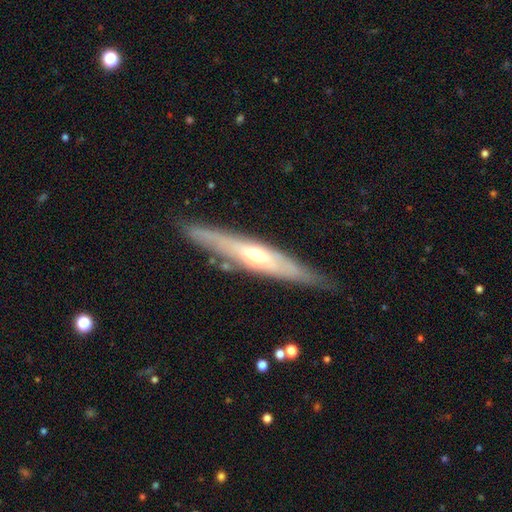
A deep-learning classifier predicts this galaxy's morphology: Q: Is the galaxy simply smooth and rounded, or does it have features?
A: featured or disk — 64%.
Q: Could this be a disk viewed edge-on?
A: yes — 80%.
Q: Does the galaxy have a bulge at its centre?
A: rounded — 80%.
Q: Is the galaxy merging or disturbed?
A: none — 79%.